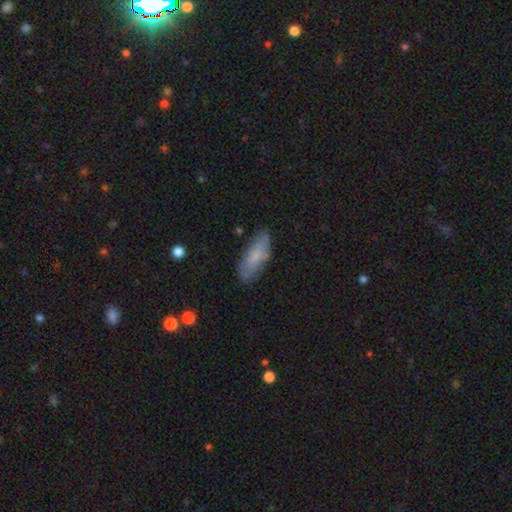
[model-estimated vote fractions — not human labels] Overall: smooth (72%). How rounded: in between (65%; cigar-shaped 33%). Merging: none (76%).